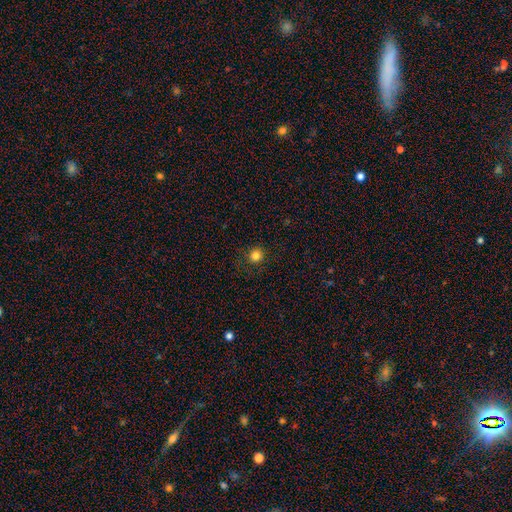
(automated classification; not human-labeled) smooth_or_featured: smooth (p=0.82) [alt: star or artifact p=0.14]
how_rounded: round (p=0.93) [alt: in between p=0.06]
merging: none (p=0.89) [alt: minor disturbance p=0.07]